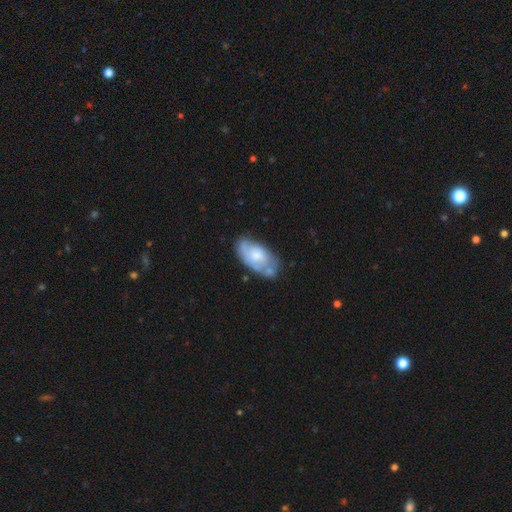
Smooth or featured: smooth — 47% (featured or disk — 45%)
How rounded: in between — 100%
Merging: none — 49% (minor disturbance — 29%)